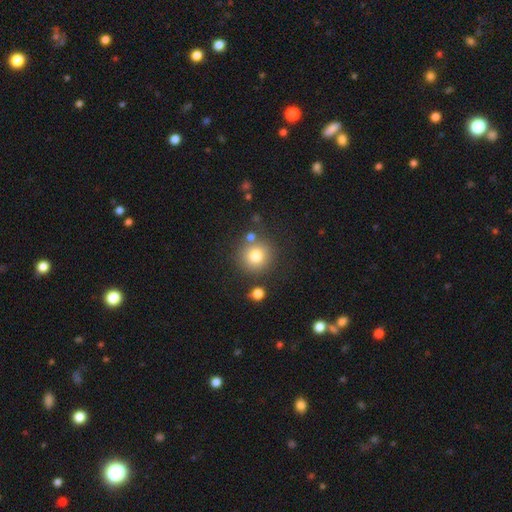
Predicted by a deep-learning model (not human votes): Smooth or featured?
  - smooth: 78% *
  - star or artifact: 13%
  - featured or disk: 10%
How rounded?
  - round: 93% *
  - in between: 6%
  - cigar-shaped: 1%
Merging?
  - none: 78% *
  - minor disturbance: 9%
  - merger: 9%
  - major disturbance: 4%